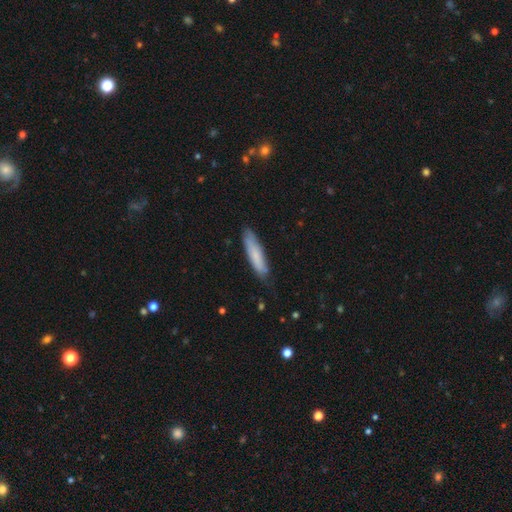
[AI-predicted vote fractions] smooth 74%, featured or disk 20%, star or artifact 6%. Down the decision tree: how rounded — cigar-shaped (79%); merging — none (77%).